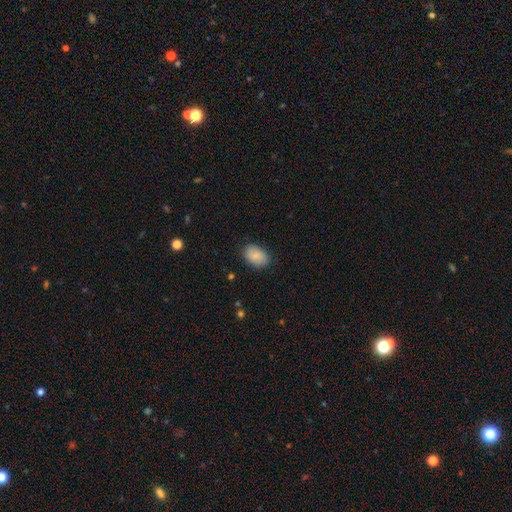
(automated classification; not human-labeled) smooth 83%, featured or disk 10%, star or artifact 7%. Down the decision tree: how rounded — in between (86%); merging — none (83%).